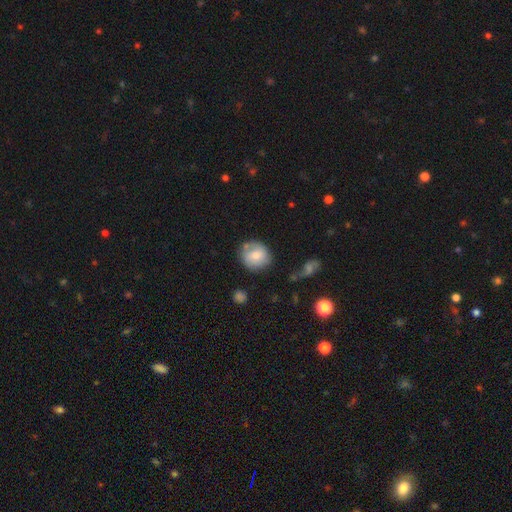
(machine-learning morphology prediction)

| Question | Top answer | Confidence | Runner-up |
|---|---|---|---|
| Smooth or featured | smooth | 63% | featured or disk (29%) |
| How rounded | round | 81% | in between (18%) |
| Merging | none | 69% | minor disturbance (20%) |